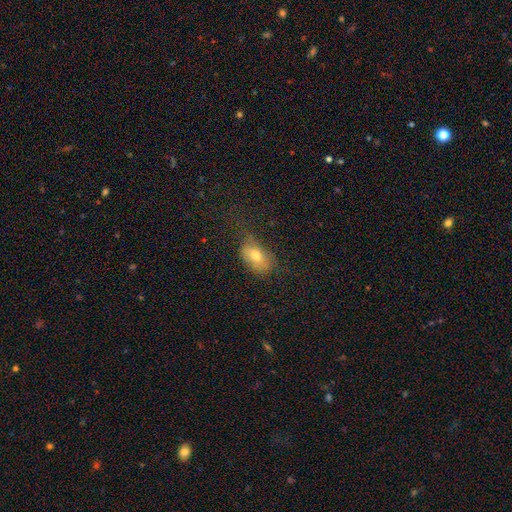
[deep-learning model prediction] smooth_or_featured: smooth (p=0.71) [alt: featured or disk p=0.19]
how_rounded: in between (p=0.86) [alt: round p=0.12]
merging: none (p=0.44) [alt: minor disturbance p=0.33]